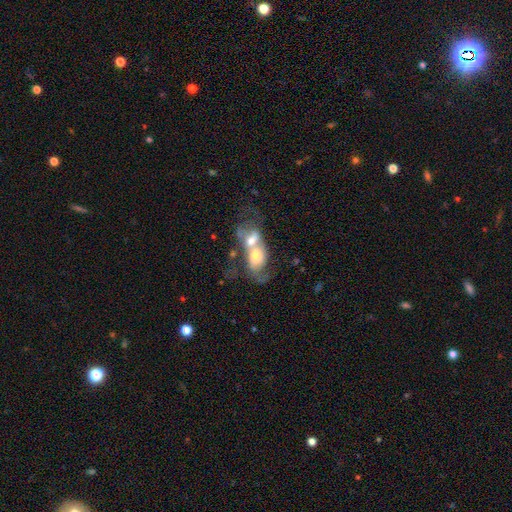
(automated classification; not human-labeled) This appears to be a smooth galaxy with no disk features (48%). Merging: merger (80%).